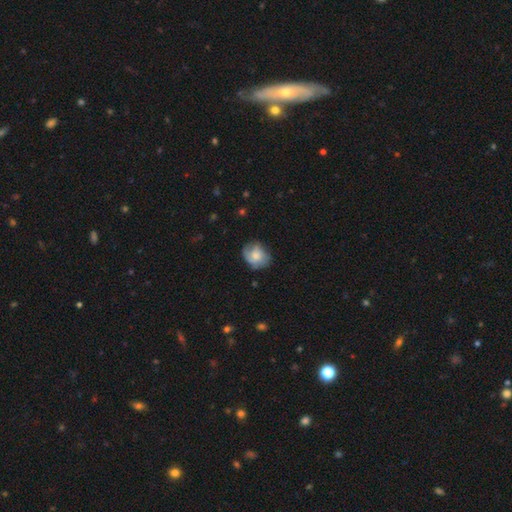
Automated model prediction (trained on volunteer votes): smooth 55%, featured or disk 37%, star or artifact 8%. Down the decision tree: how rounded — round (59%); merging — none (62%).